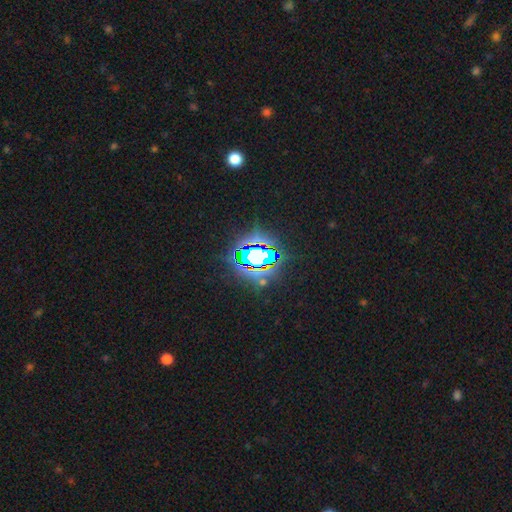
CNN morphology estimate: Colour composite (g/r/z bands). It shows a star or artifact, not a galaxy (68%).